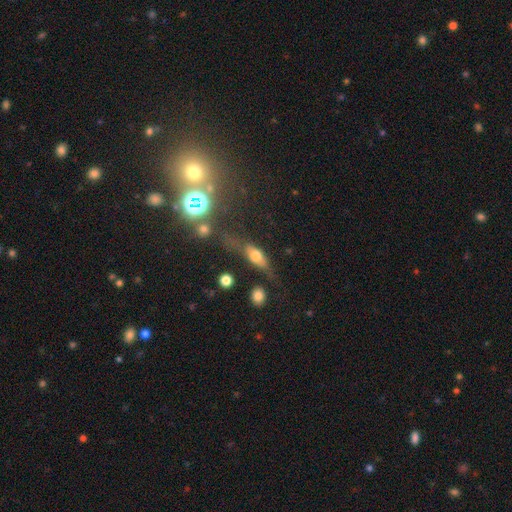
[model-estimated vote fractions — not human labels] Smooth or featured? smooth (54%)
How rounded? in between (59%)
Merging? none (48%)